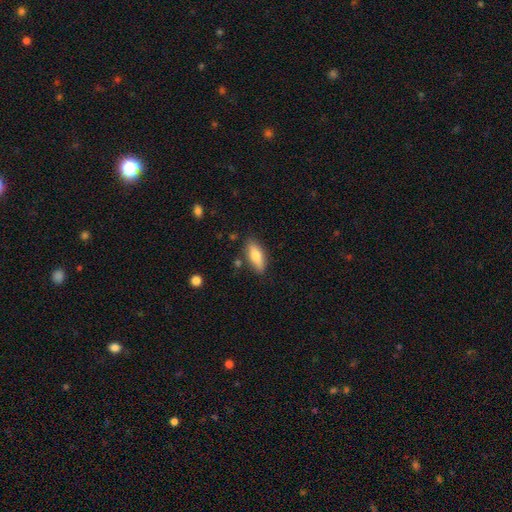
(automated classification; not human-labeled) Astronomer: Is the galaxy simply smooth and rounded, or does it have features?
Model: smooth — 69%.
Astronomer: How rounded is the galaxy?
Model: in between — 65%.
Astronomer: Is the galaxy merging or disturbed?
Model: none — 81%.